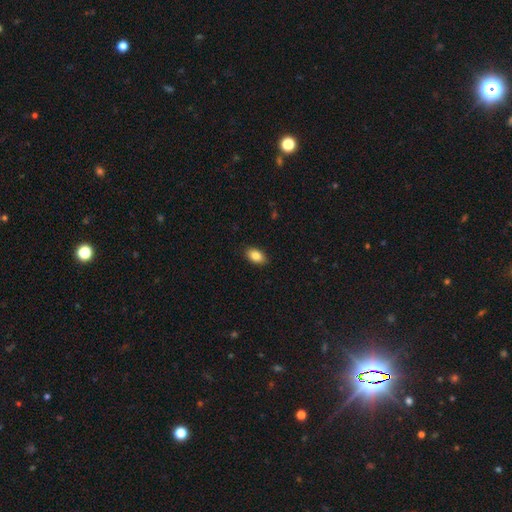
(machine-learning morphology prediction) type=smooth (86%); roundness=in between (90%); merging=none (89%).